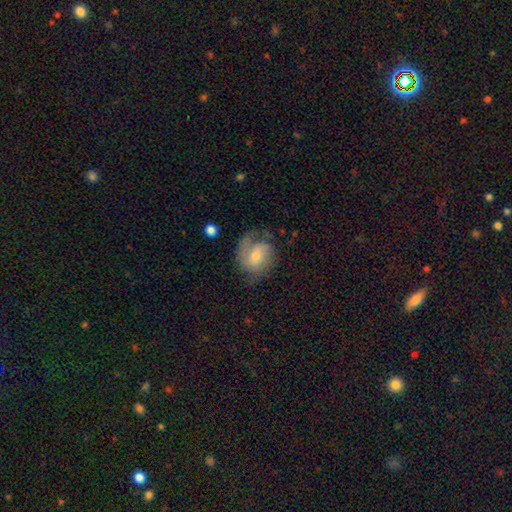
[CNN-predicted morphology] Smooth or featured: featured or disk — 66% (smooth — 27%)
Edge-on disk: no — 97% (yes — 3%)
Bar: no — 45% (weak — 44%)
Spiral arms: yes — 91% (no — 9%)
Spiral winding: medium — 46% (loose — 28%)
Spiral arm count: 2 — 60% (1 — 22%)
Bulge size: moderate — 48% (small — 45%)
Merging: none — 58% (minor disturbance — 23%)